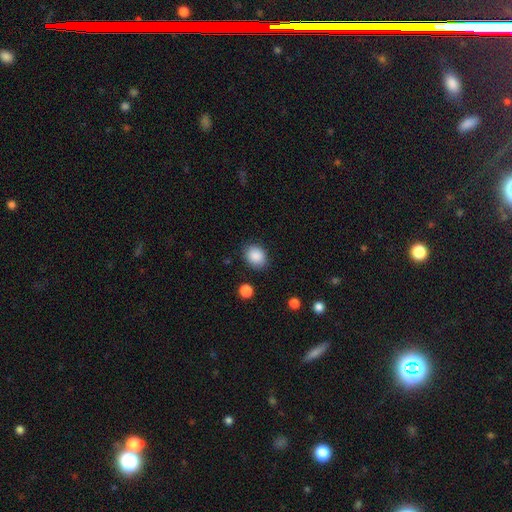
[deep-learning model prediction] Smooth or featured?
  - smooth: 88% *
  - star or artifact: 8%
  - featured or disk: 4%
How rounded?
  - round: 51% *
  - in between: 48%
  - cigar-shaped: 1%
Merging?
  - none: 85% *
  - minor disturbance: 11%
  - major disturbance: 3%
  - merger: 2%